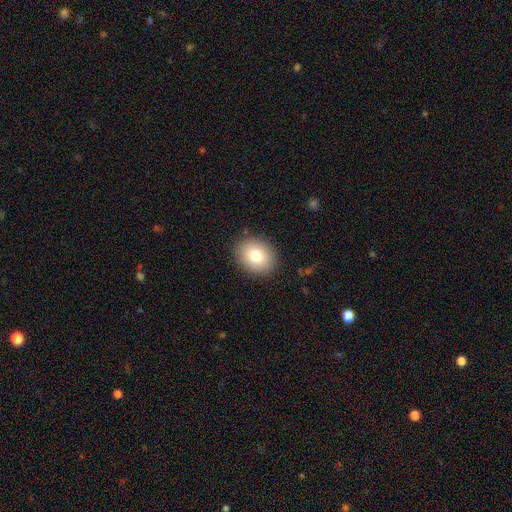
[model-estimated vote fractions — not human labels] A smooth galaxy with no disk features (78%) that is round (52%). Merging: none (88%).